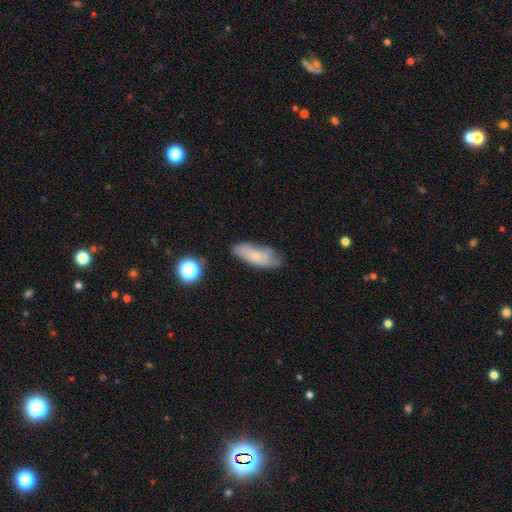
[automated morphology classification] The model was most divided on "merging": none: 66%, minor disturbance: 24%, major disturbance: 6%, merger: 3%. More confident: how rounded — in between (73%); smooth or featured — smooth (70%).